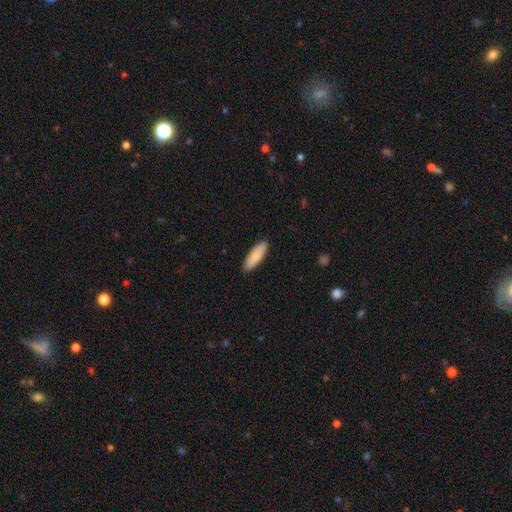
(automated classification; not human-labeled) smooth-or-featured: smooth: 84% | featured or disk: 10% | star or artifact: 5%
  how-rounded: in between: 57% | cigar-shaped: 42% | round: 2%
  merging: none: 89% | minor disturbance: 8% | major disturbance: 2% | merger: 1%